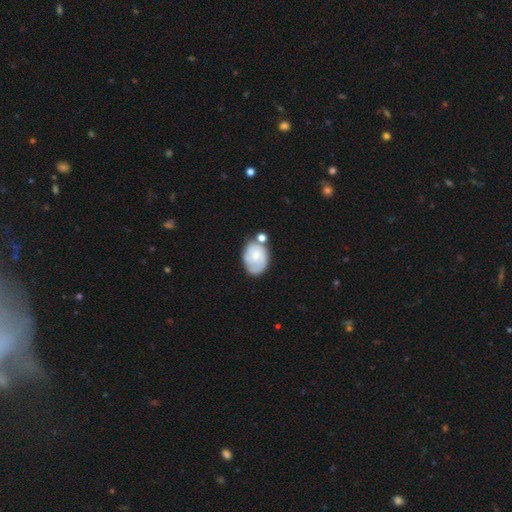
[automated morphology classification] Overall: smooth (62%; featured or disk 31%). How rounded: in between (79%). Merging: none (46%; minor disturbance 25%).